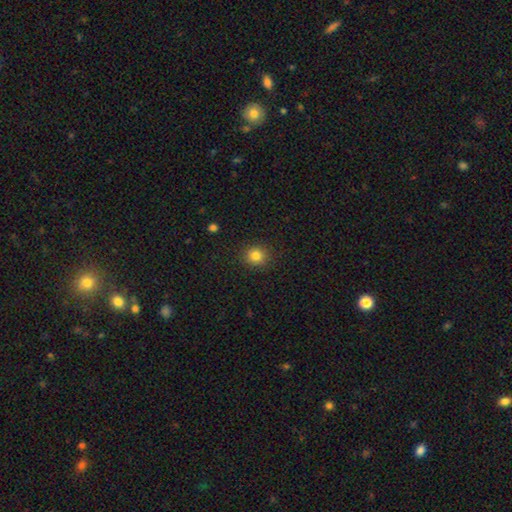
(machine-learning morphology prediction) Q: Smooth or featured?
A: smooth (82%); runner-up: star or artifact (12%)
Q: How rounded?
A: round (85%); runner-up: in between (14%)
Q: Merging?
A: none (90%); runner-up: minor disturbance (7%)